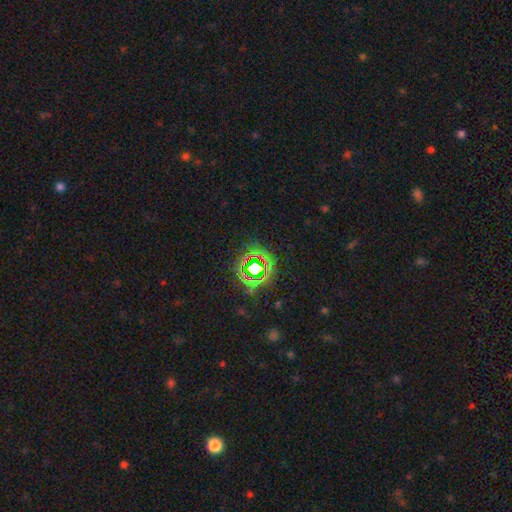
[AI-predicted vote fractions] Morphology: type=star or artifact (52%).